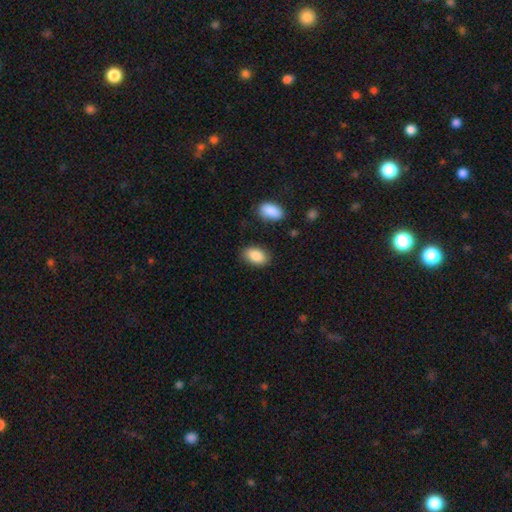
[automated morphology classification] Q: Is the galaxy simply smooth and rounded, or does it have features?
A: smooth — 87%.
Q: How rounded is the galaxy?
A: in between — 92%.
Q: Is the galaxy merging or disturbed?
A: none — 84%.